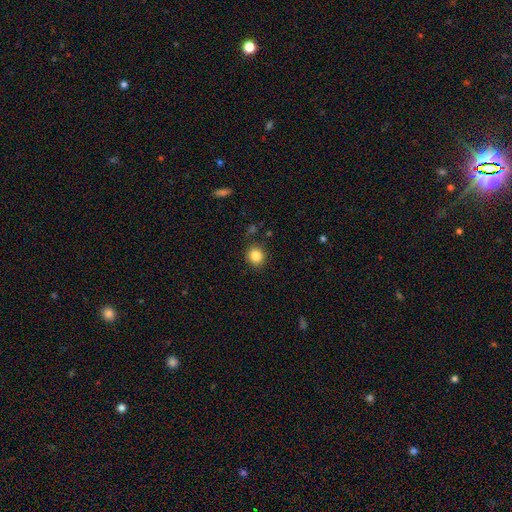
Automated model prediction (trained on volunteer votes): The model was most divided on "how rounded": round: 83%, in between: 16%, cigar-shaped: 1%. More confident: merging — none (87%); smooth or featured — smooth (85%).